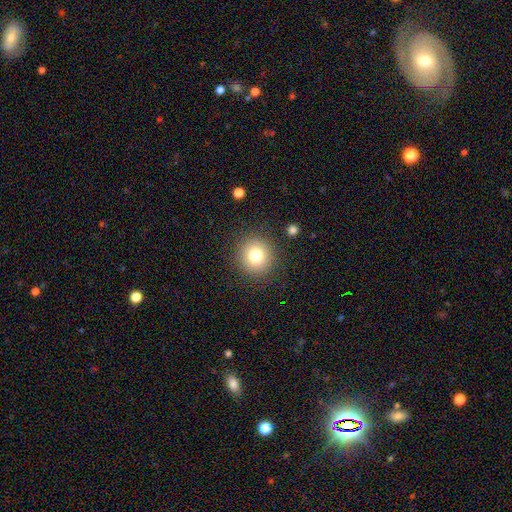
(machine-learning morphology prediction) Smooth or featured? smooth (78%)
How rounded? round (93%)
Merging? none (89%)